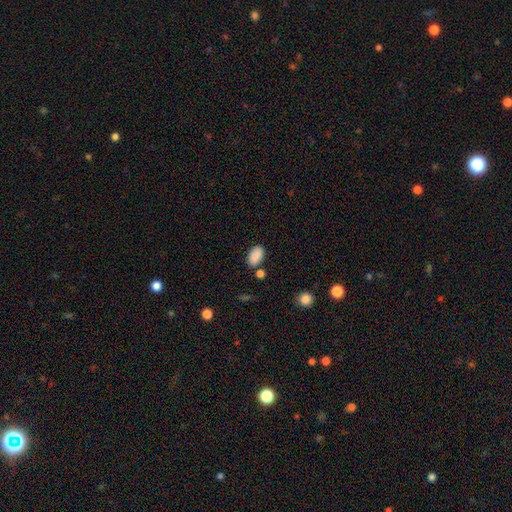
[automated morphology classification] A smooth galaxy with no disk features (88%) that is in between round and cigar-shaped (92%). Merging: none (77%).